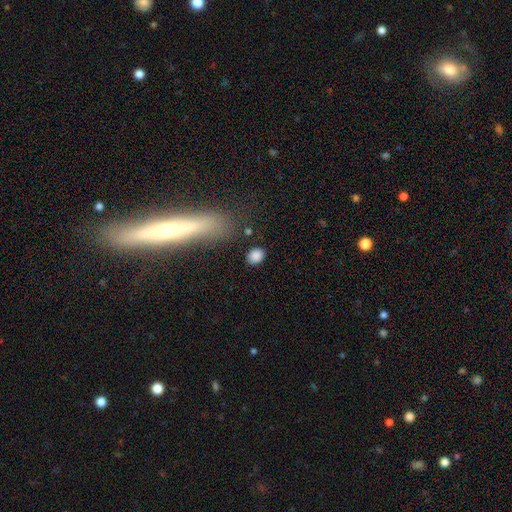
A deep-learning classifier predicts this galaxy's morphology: Smooth or featured?
  - smooth: 86% *
  - star or artifact: 9%
  - featured or disk: 5%
How rounded?
  - in between: 55% *
  - round: 43%
  - cigar-shaped: 2%
Merging?
  - none: 84% *
  - minor disturbance: 10%
  - major disturbance: 4%
  - merger: 3%